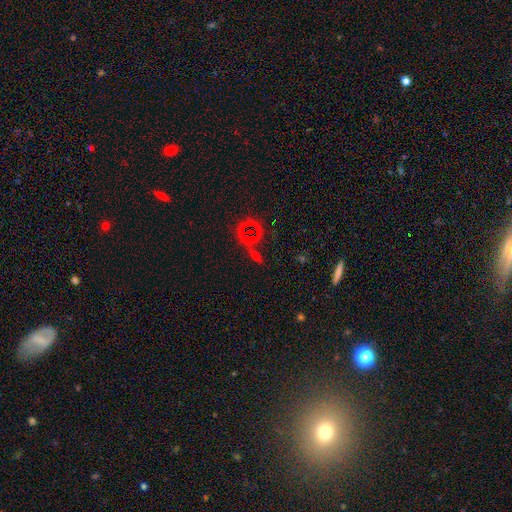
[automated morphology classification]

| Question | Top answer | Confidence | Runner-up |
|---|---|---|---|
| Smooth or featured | star or artifact | 52% | smooth (33%) |